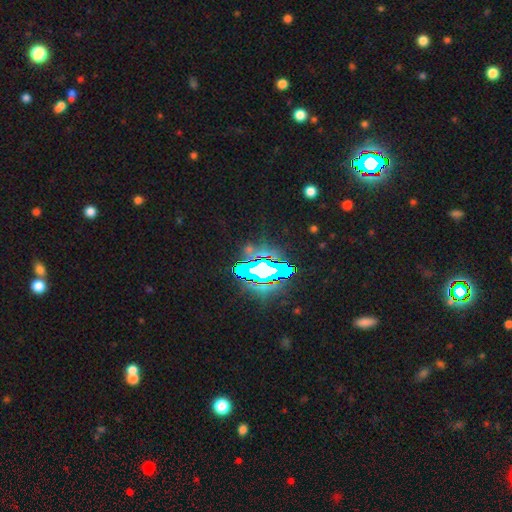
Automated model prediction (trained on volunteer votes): star or artifact 83%, smooth 9%, featured or disk 7%.